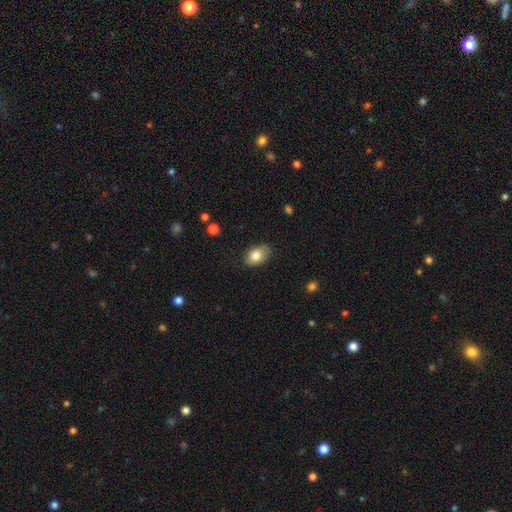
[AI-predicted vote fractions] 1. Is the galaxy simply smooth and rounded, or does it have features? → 82% smooth, 11% featured or disk, 7% star or artifact.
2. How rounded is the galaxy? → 86% in between, 13% round, 1% cigar-shaped.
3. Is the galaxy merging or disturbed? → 82% none, 15% minor disturbance, 3% major disturbance, 1% merger.